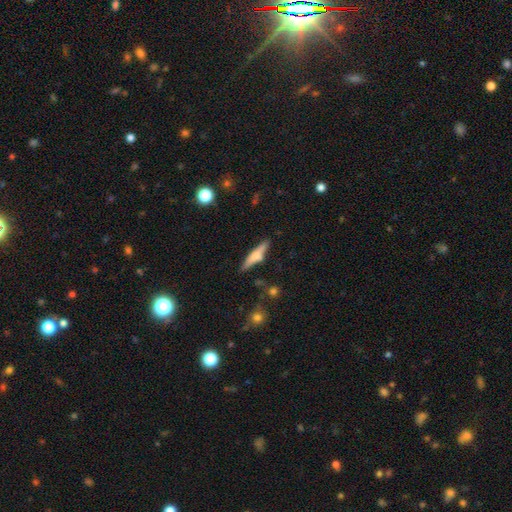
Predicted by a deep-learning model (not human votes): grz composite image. It shows a smooth galaxy with no disk features (56%) that is cigar-shaped (83%). Merging: none (79%).